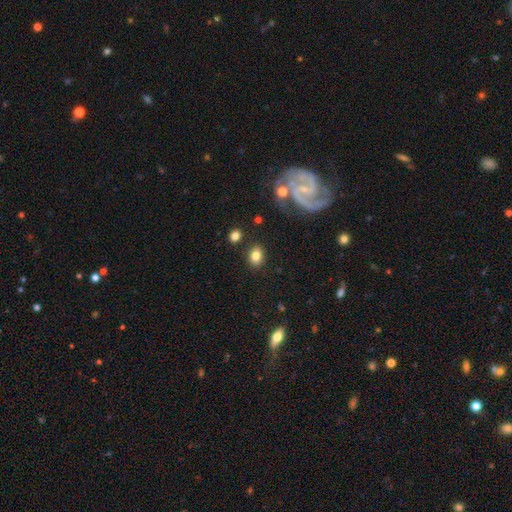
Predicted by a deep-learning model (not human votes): A smooth galaxy with no disk features (80%) that is in between round and cigar-shaped (65%).

Vote fractions:
- Smooth or featured? smooth: 80% / featured or disk: 11% / star or artifact: 10%
- How rounded? in between: 65% / round: 33% / cigar-shaped: 1%
- Merging? none: 84% / minor disturbance: 10% / merger: 4% / major disturbance: 3%